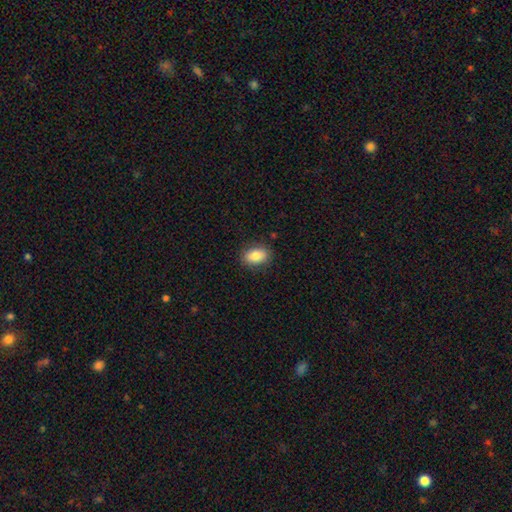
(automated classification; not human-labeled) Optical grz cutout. It shows a smooth galaxy with no disk features (84%) that is in between round and cigar-shaped (83%). Merging: none (87%).